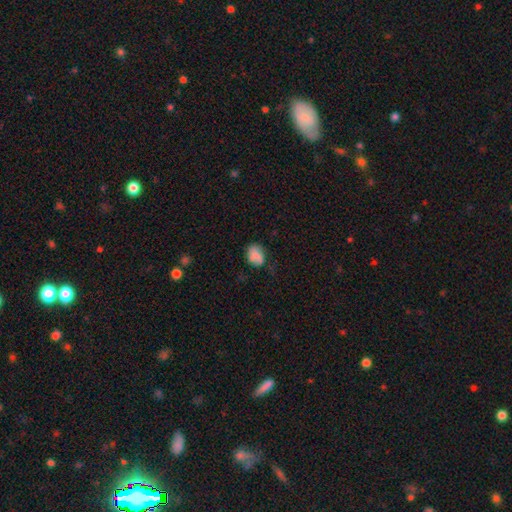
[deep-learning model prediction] Smooth or featured? smooth (79%)
How rounded? in between (70%)
Merging? none (57%)